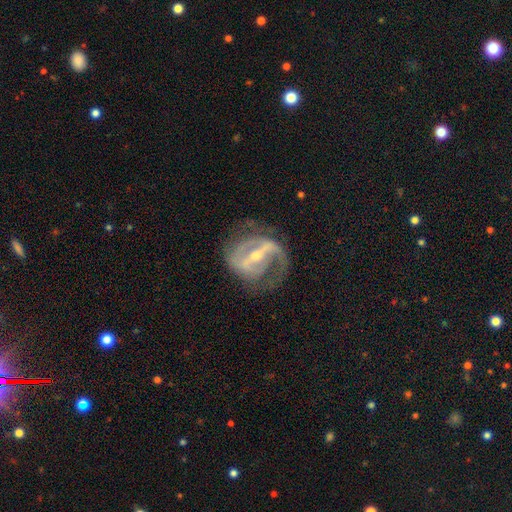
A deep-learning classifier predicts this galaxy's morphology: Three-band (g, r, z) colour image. It shows a featured or disk galaxy (88%) with a strong bar (69%), 2 (73%) medium (47%) spiral arms (90%) and a small central bulge (54%). Merging: none (63%).